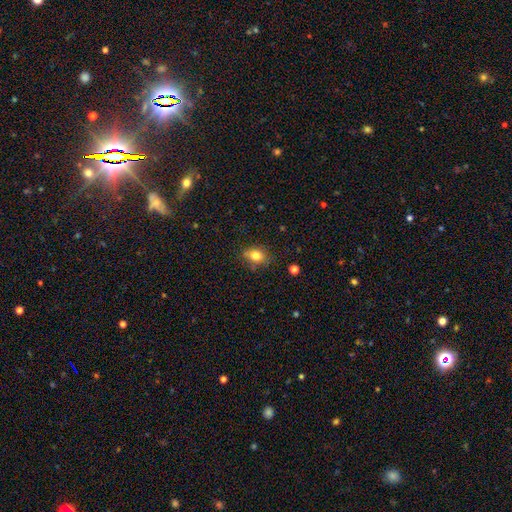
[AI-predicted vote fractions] A smooth galaxy with no disk features (79%) that is in between round and cigar-shaped (55%).

Vote fractions:
- Smooth or featured? smooth: 79% / star or artifact: 11% / featured or disk: 9%
- How rounded? in between: 55% / round: 43% / cigar-shaped: 1%
- Merging? none: 76% / minor disturbance: 18% / major disturbance: 4% / merger: 3%